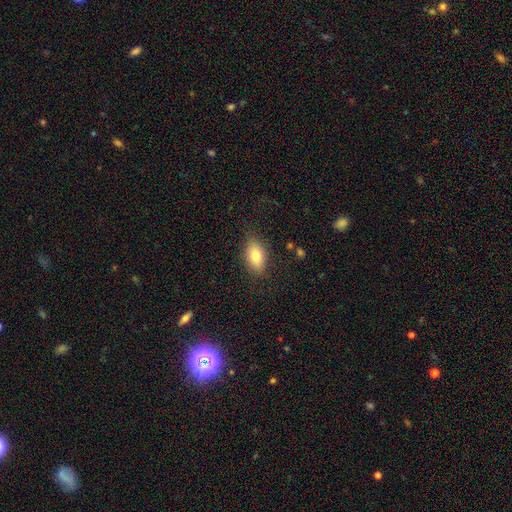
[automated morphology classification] smooth 78%, featured or disk 14%, star or artifact 8%. Down the decision tree: how rounded — in between (88%); merging — none (82%).